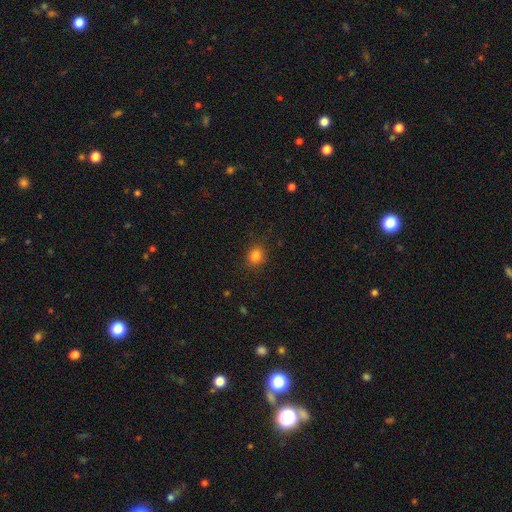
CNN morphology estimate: smooth-or-featured: smooth: 83% | star or artifact: 13% | featured or disk: 4%
  how-rounded: round: 77% | in between: 22% | cigar-shaped: 1%
  merging: none: 88% | minor disturbance: 8% | major disturbance: 3% | merger: 1%